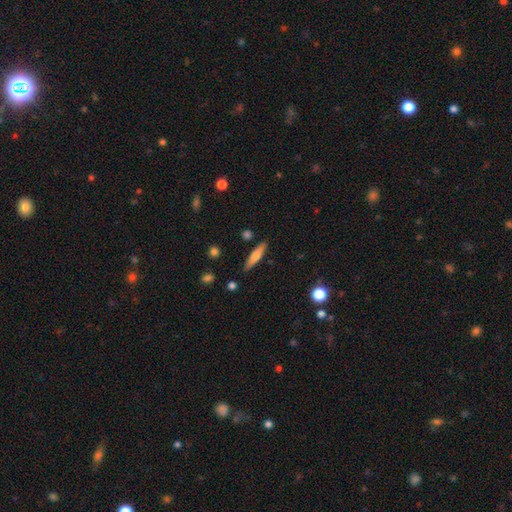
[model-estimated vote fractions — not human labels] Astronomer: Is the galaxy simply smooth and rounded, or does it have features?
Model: smooth — 64%.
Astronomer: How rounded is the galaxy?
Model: cigar-shaped — 82%.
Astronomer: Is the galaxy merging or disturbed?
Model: none — 86%.